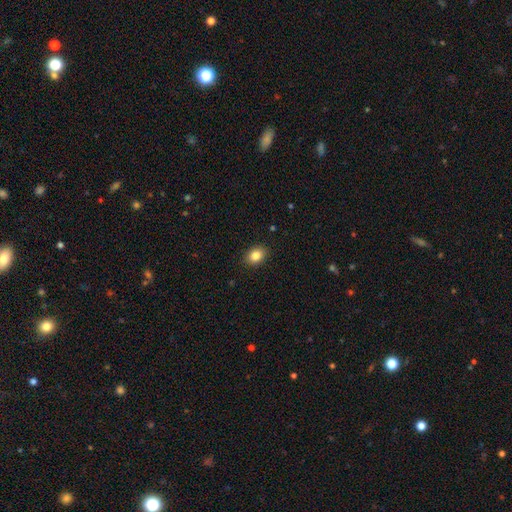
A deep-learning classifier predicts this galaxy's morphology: A smooth galaxy with no disk features (85%) that is in between round and cigar-shaped (70%).

Vote fractions:
- Smooth or featured? smooth: 85% / star or artifact: 9% / featured or disk: 6%
- How rounded? in between: 70% / round: 29% / cigar-shaped: 1%
- Merging? none: 89% / minor disturbance: 8% / major disturbance: 2% / merger: 1%